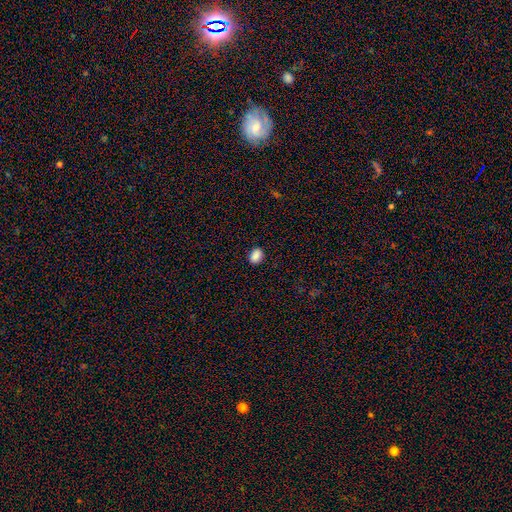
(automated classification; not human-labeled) Smooth or featured: smooth — 88% (star or artifact — 9%)
How rounded: in between — 69% (round — 30%)
Merging: none — 89% (minor disturbance — 8%)